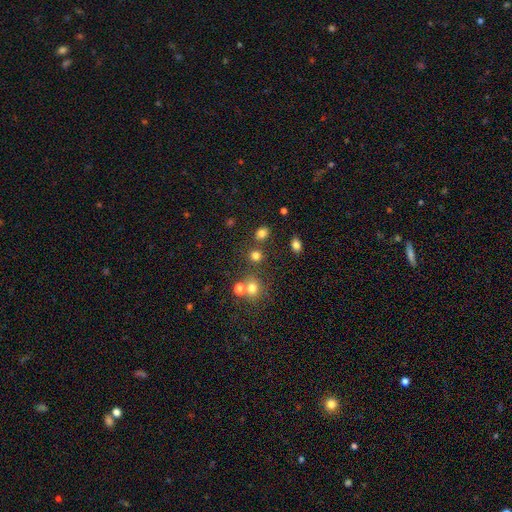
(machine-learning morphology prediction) Overall: smooth (77%). How rounded: round (80%). Merging: none (72%).